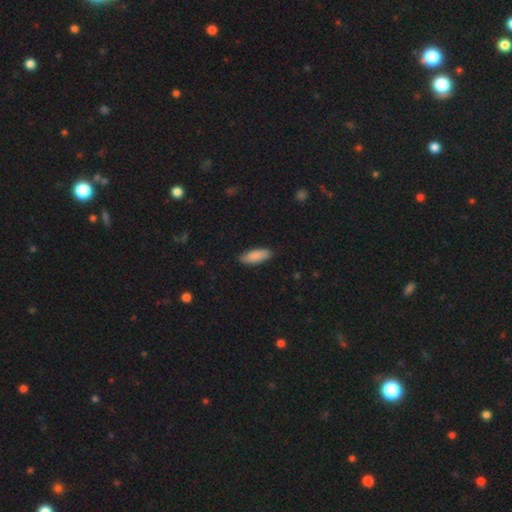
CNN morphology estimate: smooth 88%, featured or disk 7%, star or artifact 6%. Down the decision tree: how rounded — in between (75%); merging — none (86%).